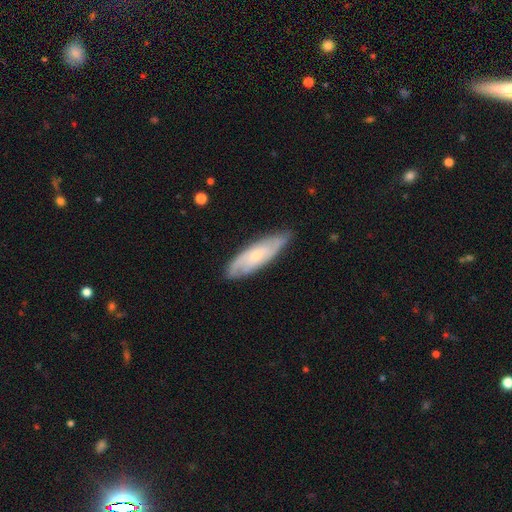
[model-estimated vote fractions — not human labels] The model was most divided on "smooth or featured": featured or disk: 63%, smooth: 31%, star or artifact: 6%. More confident: merging — none (77%); edge-on disk — no (76%).